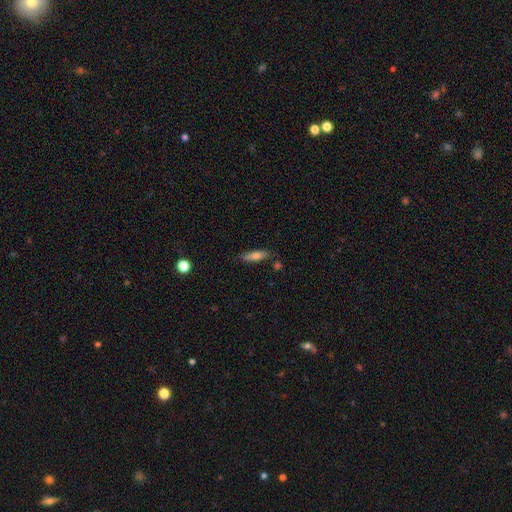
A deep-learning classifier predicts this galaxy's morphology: Overall: smooth (70%). How rounded: cigar-shaped (65%; in between 33%). Merging: none (78%).